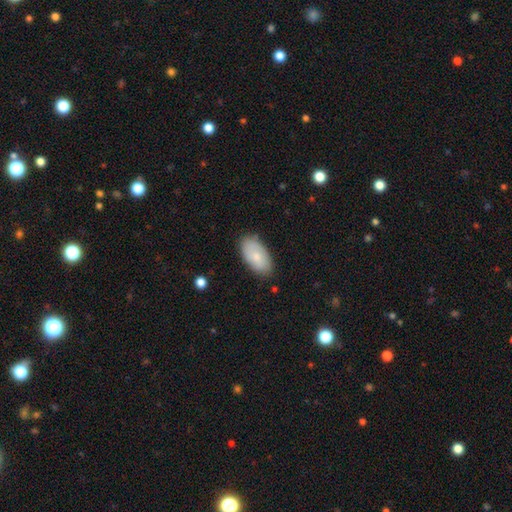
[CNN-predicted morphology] Smooth or featured?
  - smooth: 78% *
  - featured or disk: 17%
  - star or artifact: 6%
How rounded?
  - in between: 95% *
  - round: 3%
  - cigar-shaped: 2%
Merging?
  - none: 80% *
  - minor disturbance: 16%
  - major disturbance: 3%
  - merger: 1%